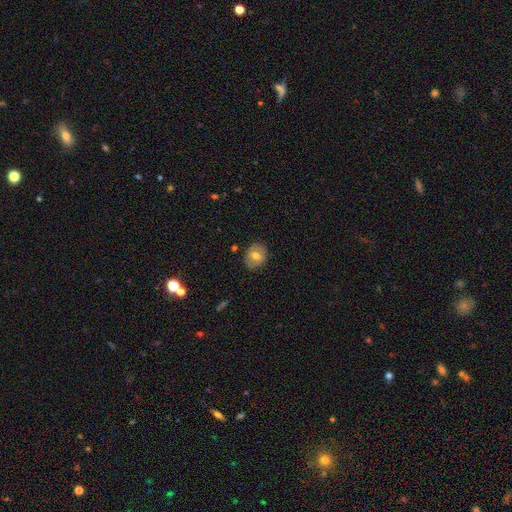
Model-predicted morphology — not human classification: Overall: smooth (61%; featured or disk 30%). How rounded: round (67%; in between 32%). Merging: none (84%).